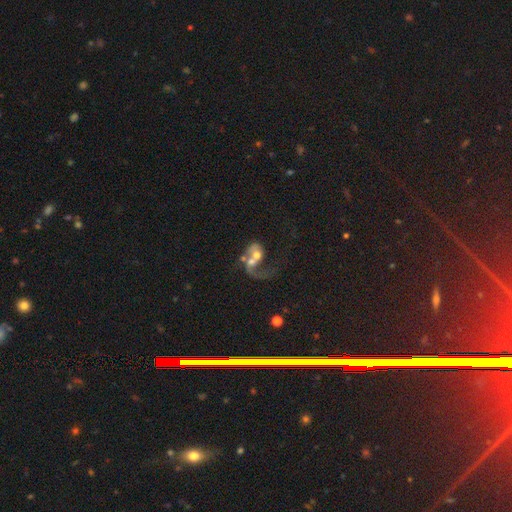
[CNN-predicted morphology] Q: Smooth or featured?
A: featured or disk (62%); runner-up: smooth (28%)
Q: Edge-on disk?
A: no (97%); runner-up: yes (3%)
Q: Bar?
A: no (74%); runner-up: weak (20%)
Q: Spiral arms?
A: yes (65%); runner-up: no (35%)
Q: Bulge size?
A: moderate (56%); runner-up: small (18%)
Q: Merging?
A: merger (62%); runner-up: major disturbance (20%)